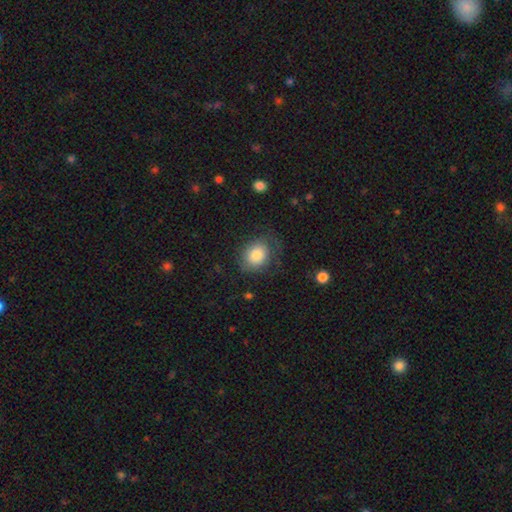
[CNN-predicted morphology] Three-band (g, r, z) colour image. It shows a smooth galaxy with no disk features (76%) that is round (57%). Merging: none (61%).